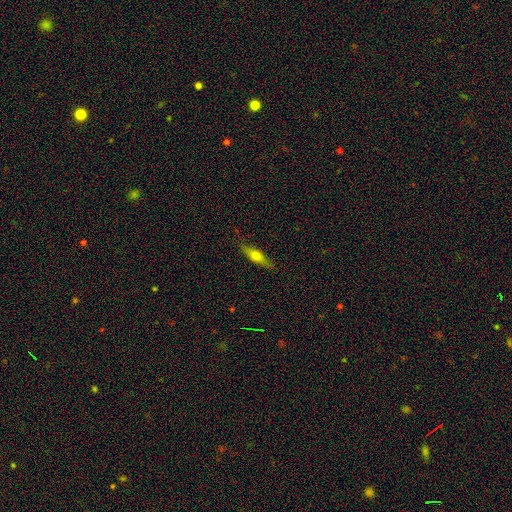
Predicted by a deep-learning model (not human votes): Smooth or featured? featured or disk (49%)
Merging? none (86%)